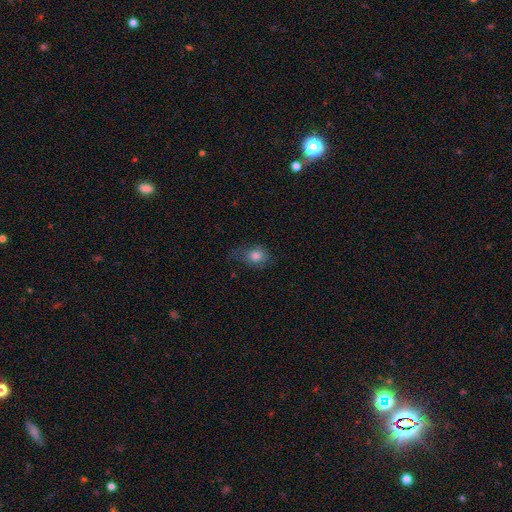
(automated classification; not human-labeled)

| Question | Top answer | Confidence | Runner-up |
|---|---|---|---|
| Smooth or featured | smooth | 75% | featured or disk (15%) |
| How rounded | round | 49% | tied: in between (49%) |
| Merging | none | 54% | minor disturbance (29%) |